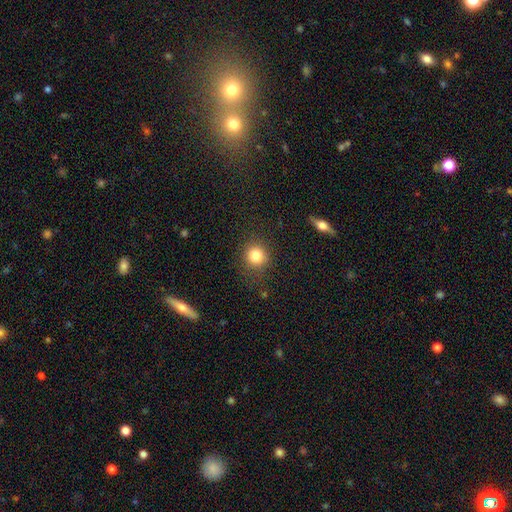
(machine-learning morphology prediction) Q: Smooth or featured?
A: smooth (82%); runner-up: star or artifact (11%)
Q: How rounded?
A: round (89%); runner-up: in between (10%)
Q: Merging?
A: none (85%); runner-up: minor disturbance (10%)